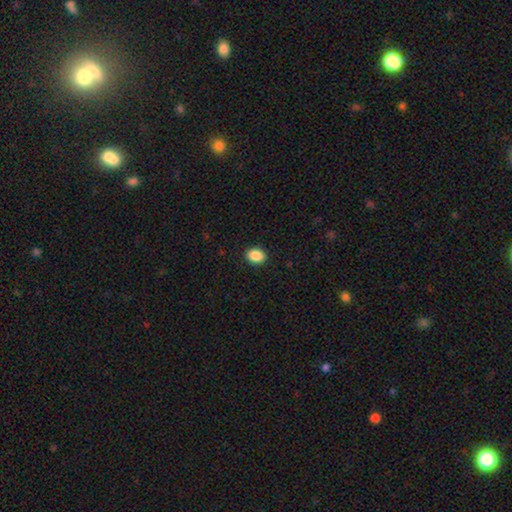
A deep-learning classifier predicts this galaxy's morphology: type=smooth (89%); roundness=in between (72%); merging=none (91%).